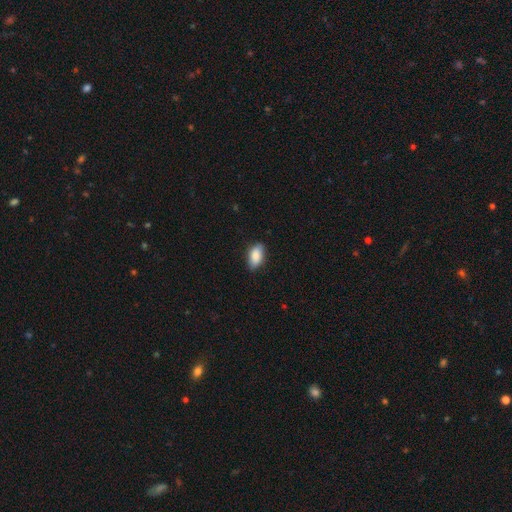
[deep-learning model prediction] Q: Smooth or featured?
A: smooth (87%); runner-up: featured or disk (7%)
Q: How rounded?
A: in between (92%); runner-up: round (4%)
Q: Merging?
A: none (81%); runner-up: minor disturbance (15%)